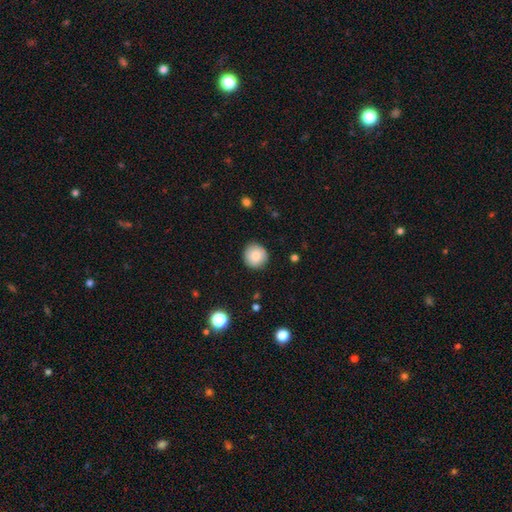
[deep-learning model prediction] This appears to be a smooth galaxy with no disk features (84%) that is round (94%). Merging: none (89%).